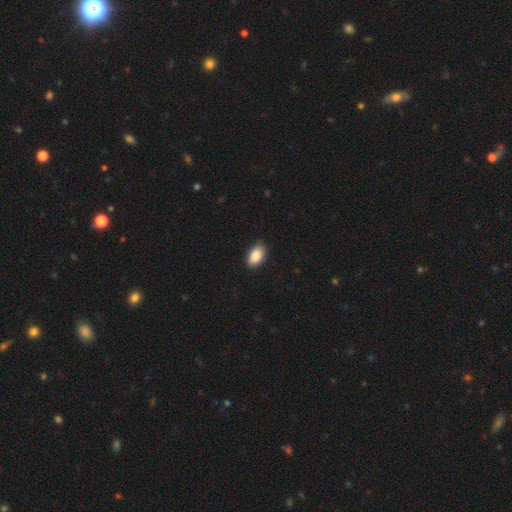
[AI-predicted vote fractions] Smooth or featured?
  - smooth: 89% *
  - star or artifact: 7%
  - featured or disk: 4%
How rounded?
  - in between: 93% *
  - round: 6%
  - cigar-shaped: 1%
Merging?
  - none: 88% *
  - minor disturbance: 9%
  - major disturbance: 2%
  - merger: 1%